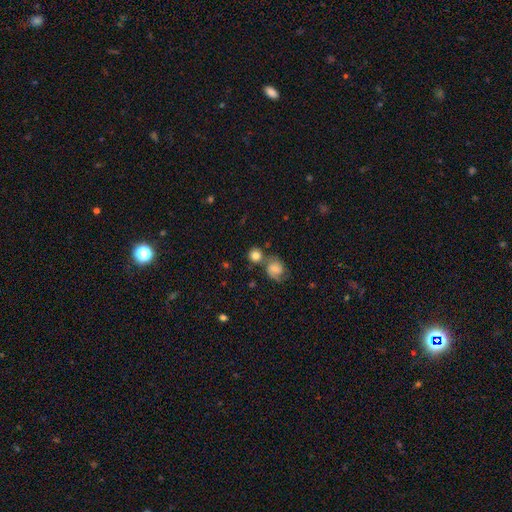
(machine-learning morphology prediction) Smooth or featured?
  - smooth: 75% *
  - featured or disk: 15%
  - star or artifact: 9%
How rounded?
  - round: 87% *
  - in between: 12%
  - cigar-shaped: 1%
Merging?
  - none: 58% *
  - merger: 26%
  - minor disturbance: 11%
  - major disturbance: 5%